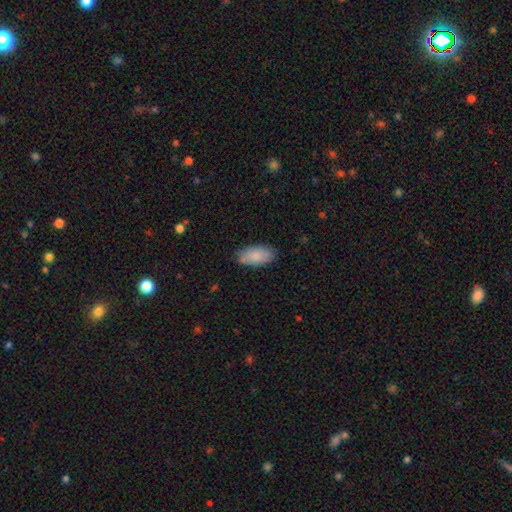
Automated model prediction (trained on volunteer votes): Smooth or featured?
  - smooth: 85% *
  - featured or disk: 9%
  - star or artifact: 6%
How rounded?
  - in between: 93% *
  - cigar-shaped: 5%
  - round: 2%
Merging?
  - none: 79% *
  - minor disturbance: 15%
  - major disturbance: 3%
  - merger: 2%